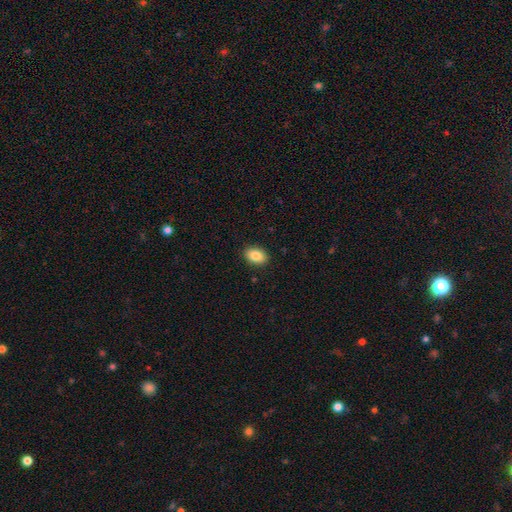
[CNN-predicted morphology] smooth 86%, star or artifact 8%, featured or disk 6%. Down the decision tree: how rounded — in between (83%); merging — none (90%).